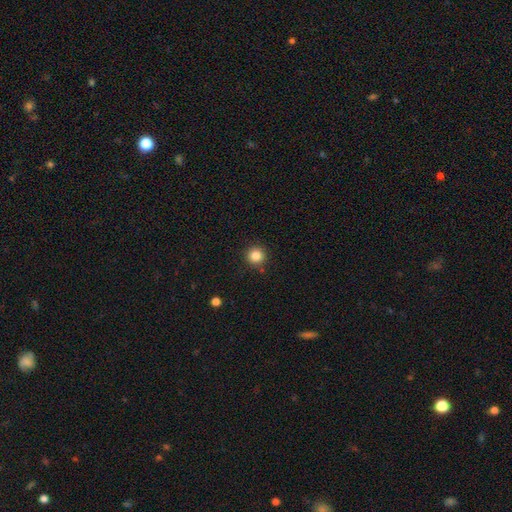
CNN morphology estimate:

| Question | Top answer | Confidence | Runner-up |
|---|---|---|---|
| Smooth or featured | smooth | 84% | star or artifact (11%) |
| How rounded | round | 95% | in between (4%) |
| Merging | none | 90% | minor disturbance (6%) |